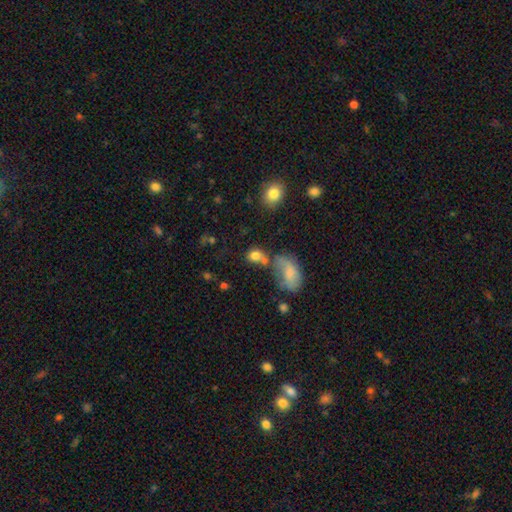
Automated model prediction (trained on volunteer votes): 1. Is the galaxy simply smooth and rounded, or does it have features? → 78% smooth, 13% star or artifact, 10% featured or disk.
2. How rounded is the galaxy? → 53% round, 45% in between, 2% cigar-shaped.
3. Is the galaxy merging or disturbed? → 41% none, 36% merger, 14% minor disturbance, 9% major disturbance.